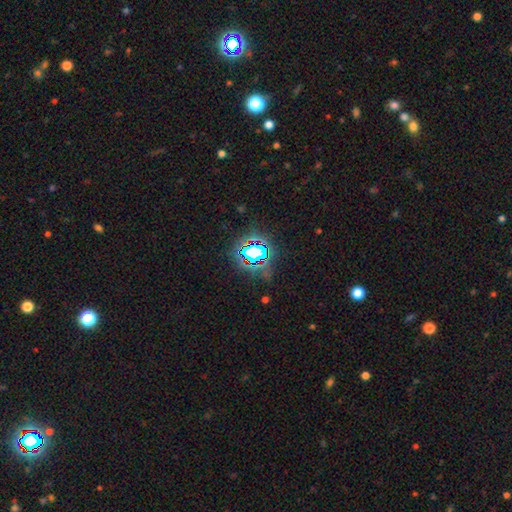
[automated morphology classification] A star or artifact, not a galaxy (73%).